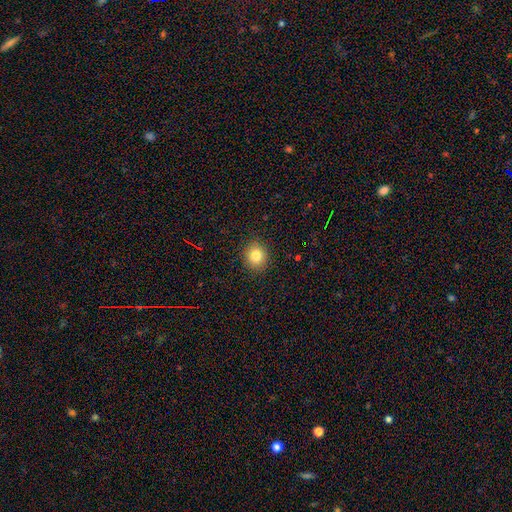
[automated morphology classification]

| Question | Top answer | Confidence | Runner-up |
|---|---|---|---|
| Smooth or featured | smooth | 81% | star or artifact (11%) |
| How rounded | round | 84% | in between (16%) |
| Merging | none | 91% | minor disturbance (6%) |